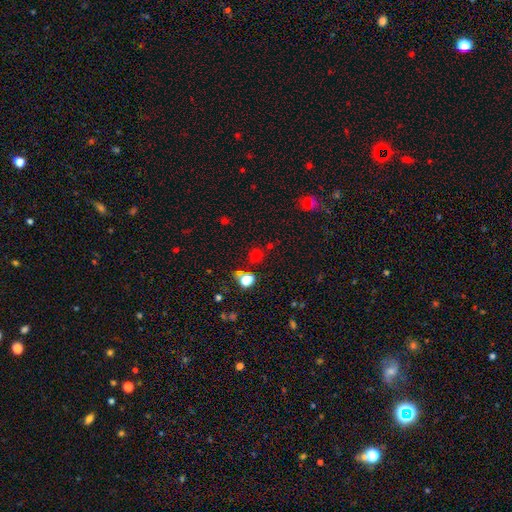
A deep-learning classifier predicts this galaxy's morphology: Smooth or featured? Predicted: smooth (p=0.66). How rounded? Predicted: round (p=0.86). Merging? Predicted: none (p=0.76).